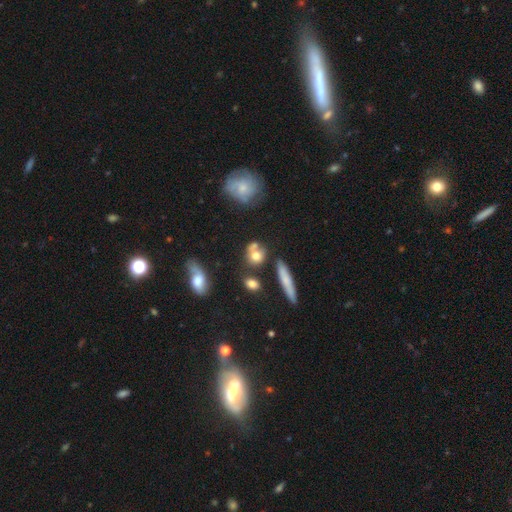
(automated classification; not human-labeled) Overall: smooth (68%). How rounded: round (67%; in between 29%). Merging: none (51%; merger 24%).